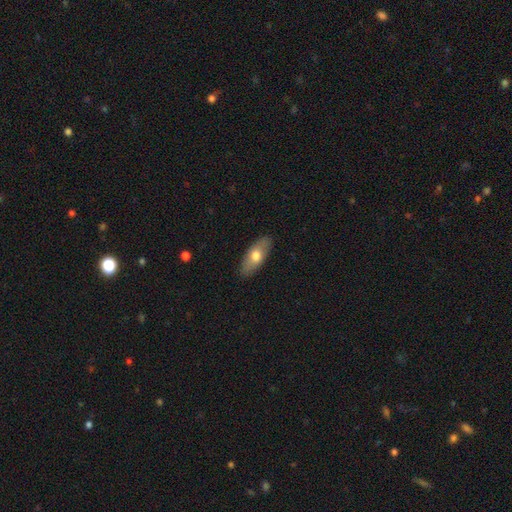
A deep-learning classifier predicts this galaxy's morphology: A smooth galaxy with no disk features (66%) that is in between round and cigar-shaped (81%). Merging: none (88%).